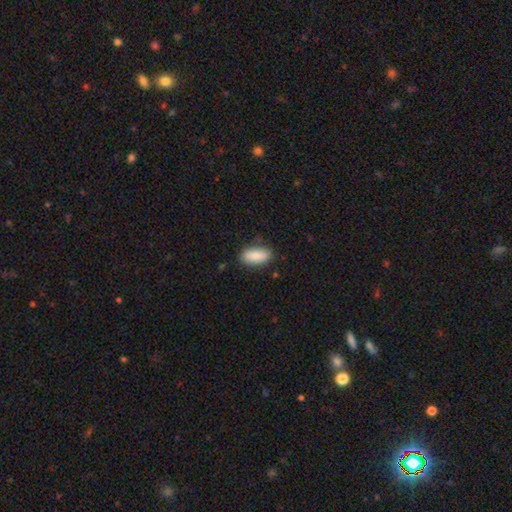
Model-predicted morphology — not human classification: smooth_or_featured: smooth (p=0.87) [alt: featured or disk p=0.07]
how_rounded: in between (p=0.86) [alt: cigar-shaped p=0.11]
merging: none (p=0.84) [alt: minor disturbance p=0.12]